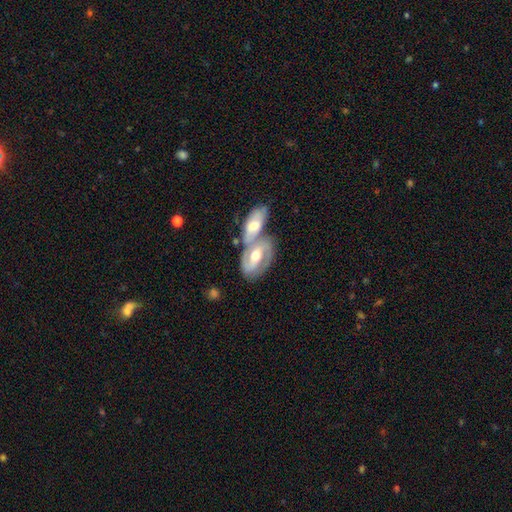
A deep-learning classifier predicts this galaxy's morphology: This appears to be a featured or disk galaxy (49%). Merging: merger (52%).